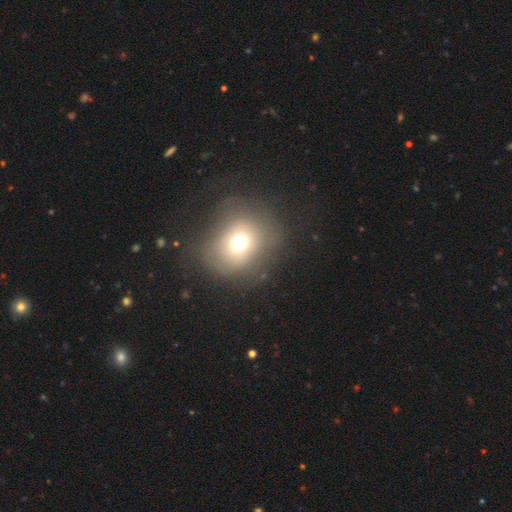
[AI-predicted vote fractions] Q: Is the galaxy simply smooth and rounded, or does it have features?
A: smooth — 57%.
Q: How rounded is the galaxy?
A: round — 81%.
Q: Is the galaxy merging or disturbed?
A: none — 83%.